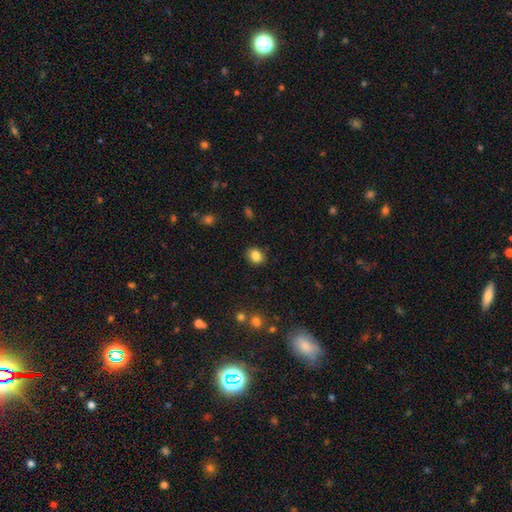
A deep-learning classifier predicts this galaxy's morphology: This appears to be a smooth galaxy with no disk features (85%) that is round (58%). Merging: none (89%).